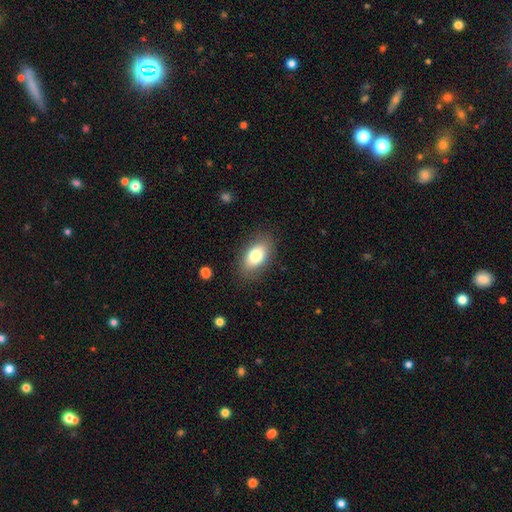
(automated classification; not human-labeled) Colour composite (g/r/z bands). It shows a smooth galaxy with no disk features (78%) that is in between round and cigar-shaped (91%). Merging: none (84%).